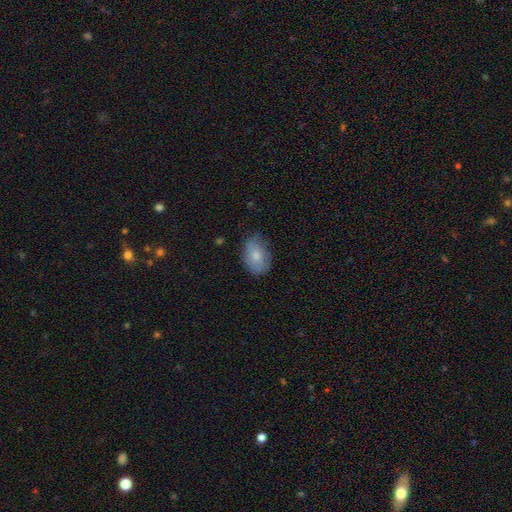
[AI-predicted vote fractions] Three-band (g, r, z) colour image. It shows a smooth galaxy with no disk features (74%) that is in between round and cigar-shaped (86%). Merging: none (70%).